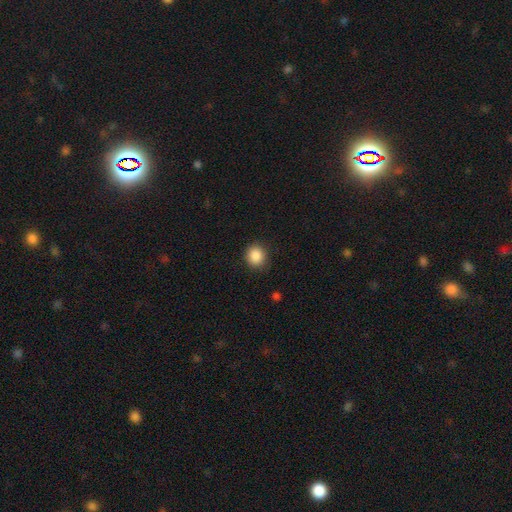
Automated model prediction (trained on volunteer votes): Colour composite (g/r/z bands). It shows a smooth galaxy with no disk features (87%) that is round (81%). Merging: none (87%).